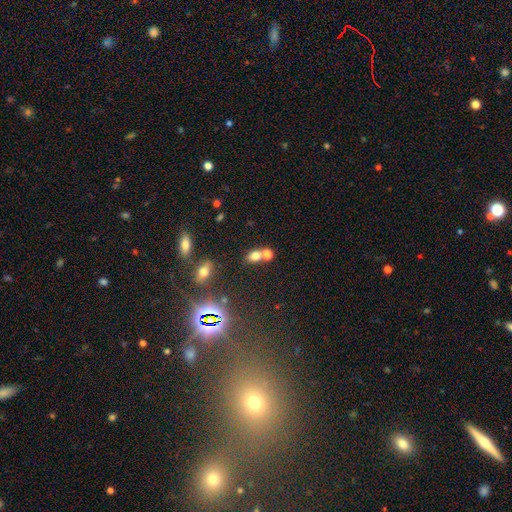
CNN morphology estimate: A smooth galaxy with no disk features (72%) that is in between round and cigar-shaped (58%).

Vote fractions:
- Smooth or featured? smooth: 72% / star or artifact: 17% / featured or disk: 12%
- How rounded? in between: 58% / round: 39% / cigar-shaped: 2%
- Merging? merger: 46% / none: 41% / minor disturbance: 8% / major disturbance: 4%